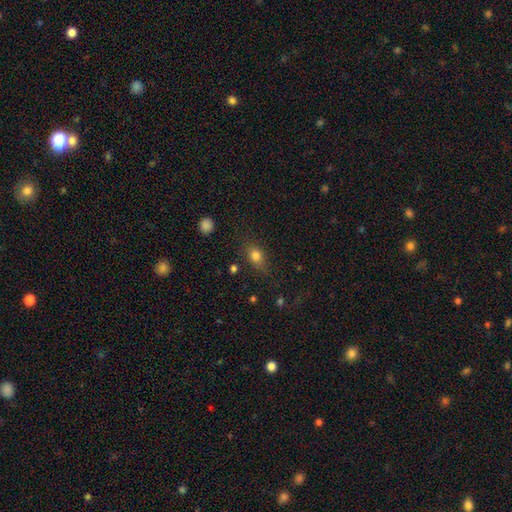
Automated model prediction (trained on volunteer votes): Smooth or featured?
  - smooth: 79% *
  - star or artifact: 12%
  - featured or disk: 9%
How rounded?
  - in between: 64% *
  - round: 32%
  - cigar-shaped: 4%
Merging?
  - none: 71% *
  - minor disturbance: 20%
  - major disturbance: 7%
  - merger: 2%